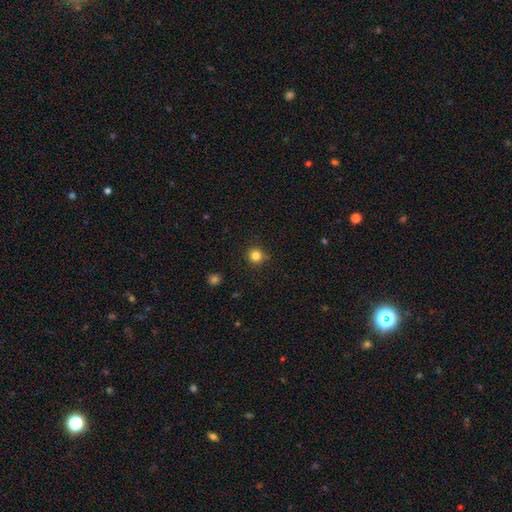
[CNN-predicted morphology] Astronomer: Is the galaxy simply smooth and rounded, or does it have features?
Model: smooth — 83%.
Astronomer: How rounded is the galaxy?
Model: round — 94%.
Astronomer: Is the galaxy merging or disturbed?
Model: none — 88%.